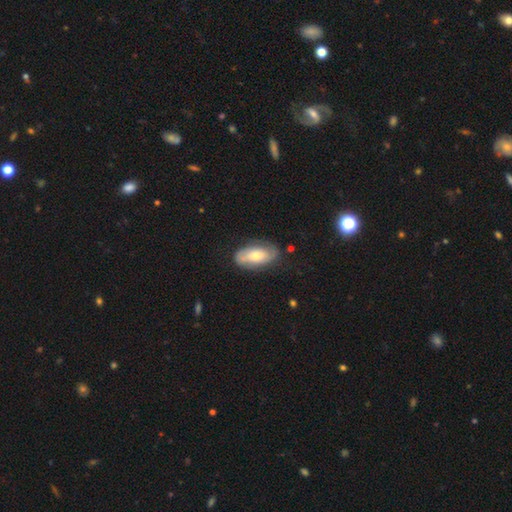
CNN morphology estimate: smooth_or_featured: smooth (p=0.56) [alt: featured or disk p=0.38]
how_rounded: in between (p=0.89) [alt: cigar-shaped p=0.07]
merging: none (p=0.72) [alt: minor disturbance p=0.20]